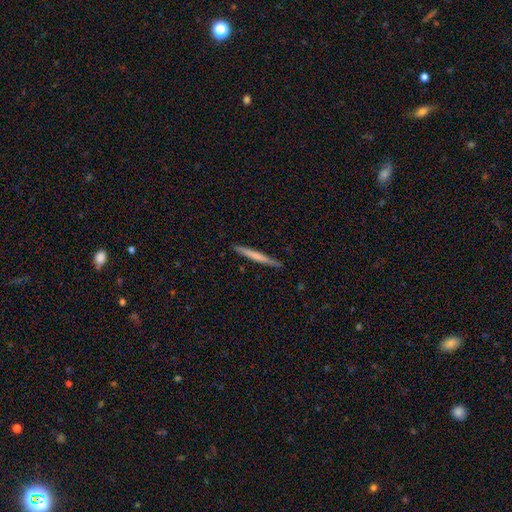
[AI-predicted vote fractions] Smooth or featured?
  - smooth: 61% *
  - featured or disk: 34%
  - star or artifact: 5%
How rounded?
  - cigar-shaped: 97% *
  - in between: 2%
  - round: 1%
Merging?
  - none: 89% *
  - minor disturbance: 9%
  - major disturbance: 1%
  - merger: 1%